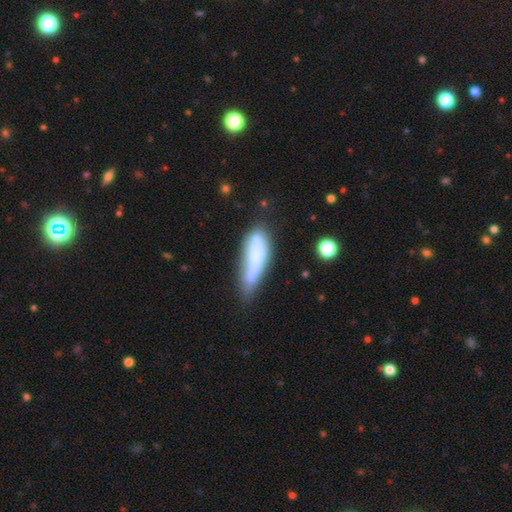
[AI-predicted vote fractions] Overall: smooth (62%; featured or disk 29%). How rounded: cigar-shaped (56%; in between 42%). Merging: none (39%; minor disturbance 29%).